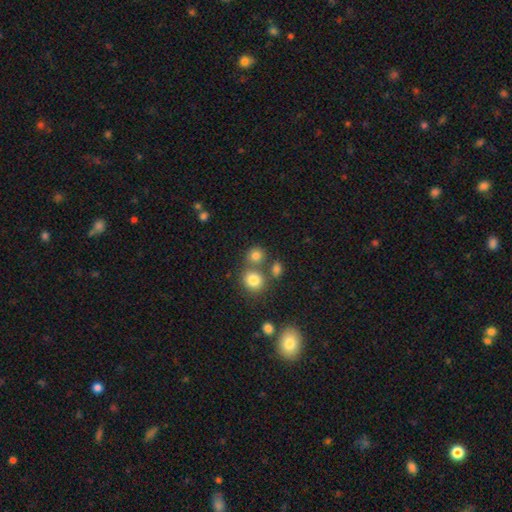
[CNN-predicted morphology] The model was most divided on "merging": none: 59%, merger: 29%, minor disturbance: 9%, major disturbance: 4%. More confident: how rounded — round (80%); smooth or featured — smooth (78%).